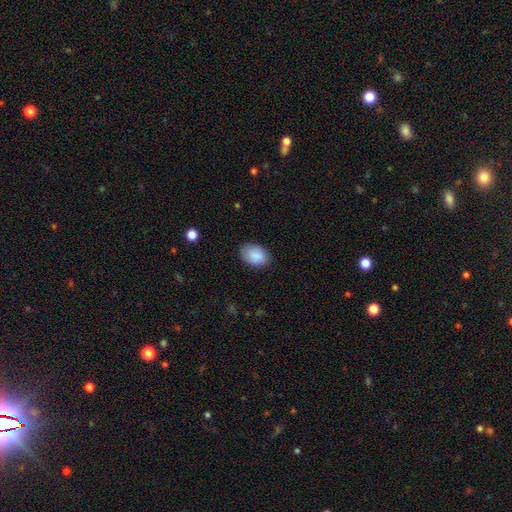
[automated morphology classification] Smooth or featured? Predicted: smooth (p=0.88). How rounded? Predicted: in between (p=0.83). Merging? Predicted: none (p=0.81).